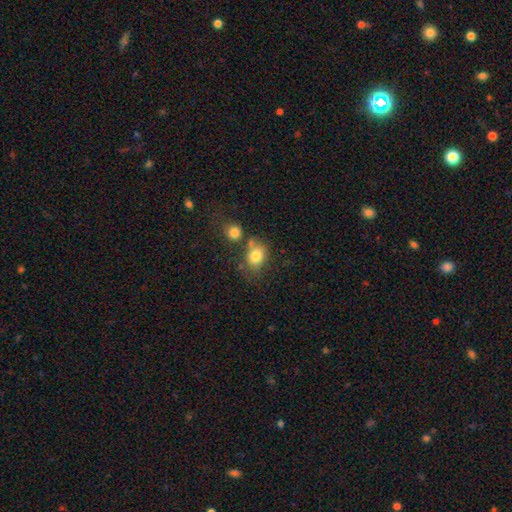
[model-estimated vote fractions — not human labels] This is likely a smooth galaxy (79%). How rounded: possibly in between (58%). Merging: possibly none (51%).